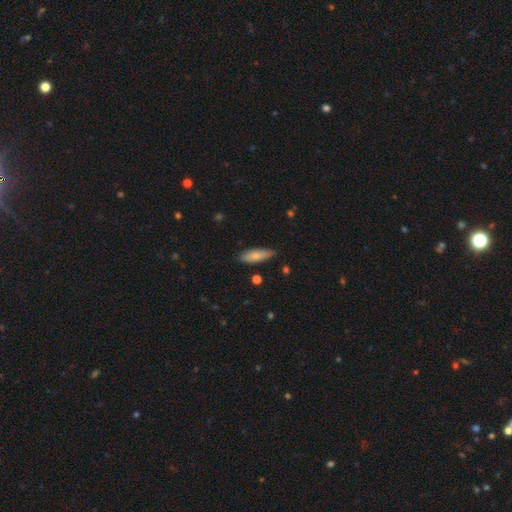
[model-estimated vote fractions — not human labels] This is likely a smooth galaxy (76%). How rounded: possibly in between (55%). Merging: likely none (79%).